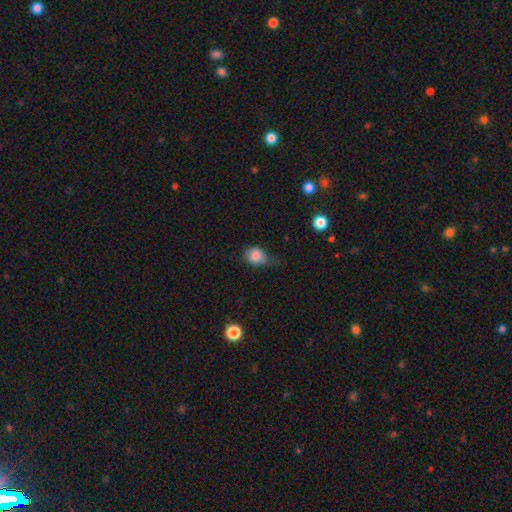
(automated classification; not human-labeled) Smooth or featured? Predicted: smooth (p=0.83). How rounded? Predicted: round (p=0.55). Merging? Predicted: none (p=0.41, tied with minor disturbance).